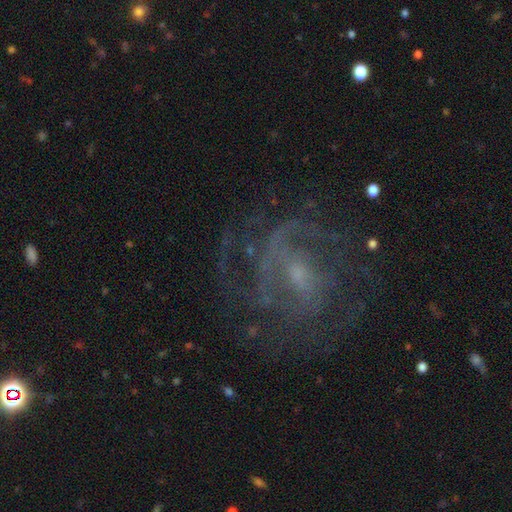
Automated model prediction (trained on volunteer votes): Smooth or featured? Predicted: featured or disk (p=0.75). Edge-on disk? Predicted: no (p=0.97). Bar? Predicted: weak (p=0.45). Spiral arms? Predicted: yes (p=0.85). Spiral winding? Predicted: tight (p=0.46). Spiral arm count? Predicted: can't tell (p=0.45). Bulge size? Predicted: small (p=0.64). Merging? Predicted: none (p=0.68).